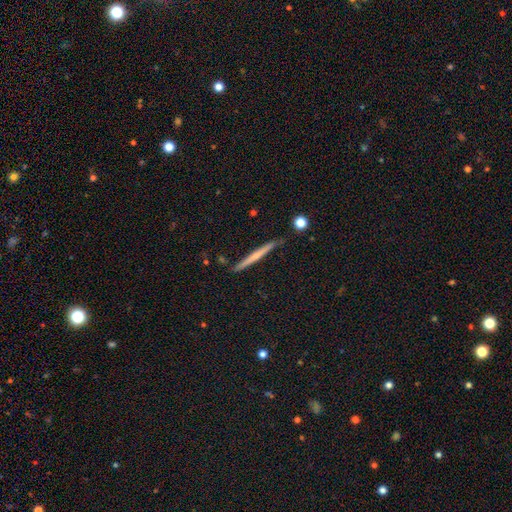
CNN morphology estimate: featured or disk 49%, smooth 45%, star or artifact 6%. Down the decision tree: merging — none (88%).